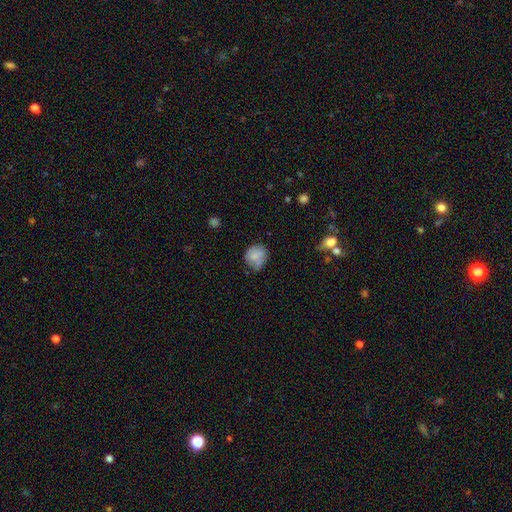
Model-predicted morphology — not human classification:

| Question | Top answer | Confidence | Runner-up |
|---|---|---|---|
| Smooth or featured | smooth | 76% | featured or disk (16%) |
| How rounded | round | 73% | in between (26%) |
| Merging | none | 57% | minor disturbance (29%) |